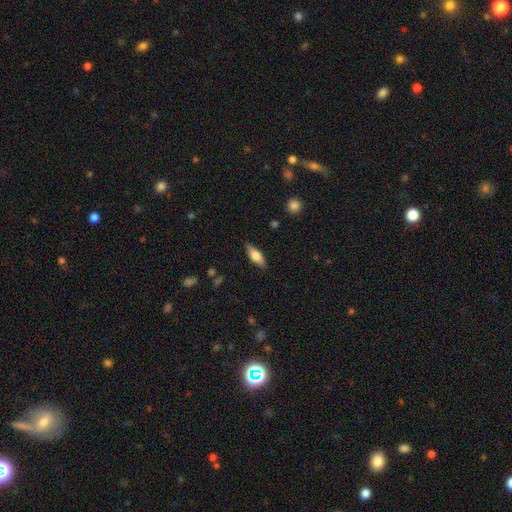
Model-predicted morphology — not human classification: smooth-or-featured: smooth: 60% | featured or disk: 33% | star or artifact: 6%
  how-rounded: in between: 58% | cigar-shaped: 40% | round: 3%
  merging: none: 87% | minor disturbance: 10% | major disturbance: 2% | merger: 1%